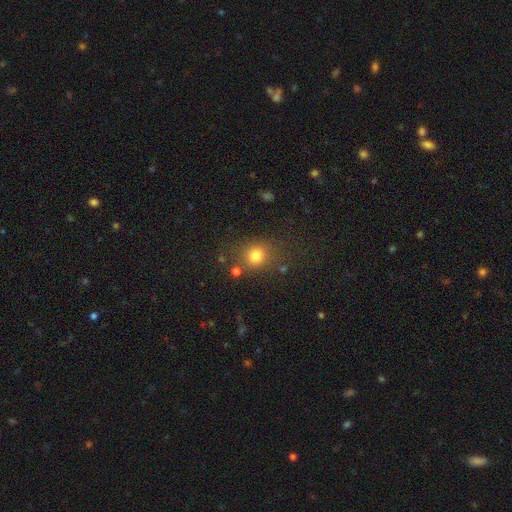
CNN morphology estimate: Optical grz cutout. It shows a smooth galaxy with no disk features (78%) that is round (76%). Merging: none (74%).